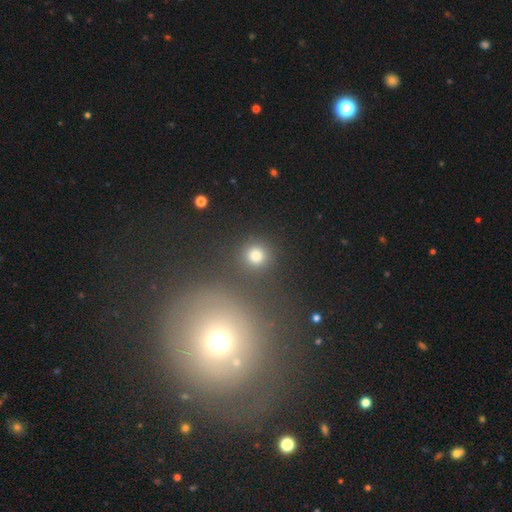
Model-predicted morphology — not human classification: This is likely a smooth galaxy (78%). How rounded: clearly round (92%). Merging: clearly none (85%).